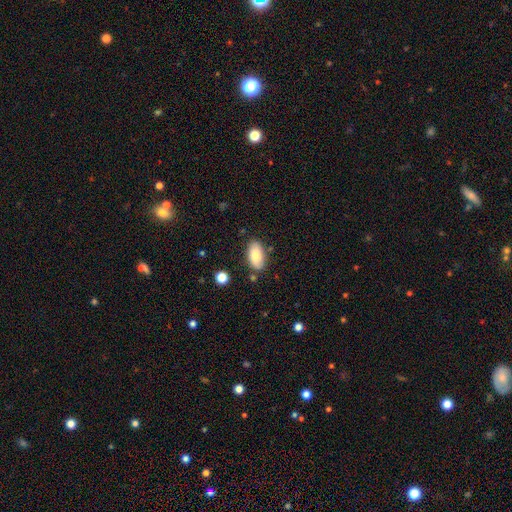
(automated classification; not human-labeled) Smooth or featured? smooth (81%)
How rounded? in between (94%)
Merging? none (80%)